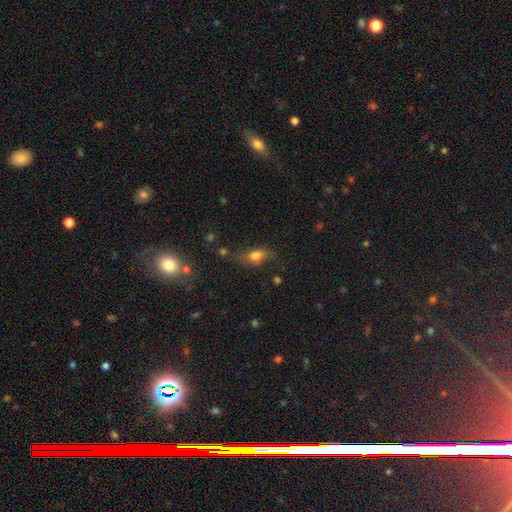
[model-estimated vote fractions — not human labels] Smooth or featured? smooth (70%)
How rounded? in between (73%)
Merging? none (63%)